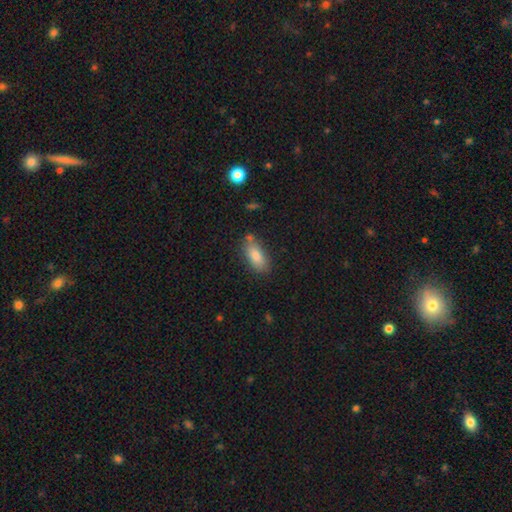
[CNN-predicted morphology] smooth_or_featured: smooth (p=0.82) [alt: featured or disk p=0.11]
how_rounded: in between (p=0.84) [alt: cigar-shaped p=0.13]
merging: none (p=0.76) [alt: minor disturbance p=0.15]